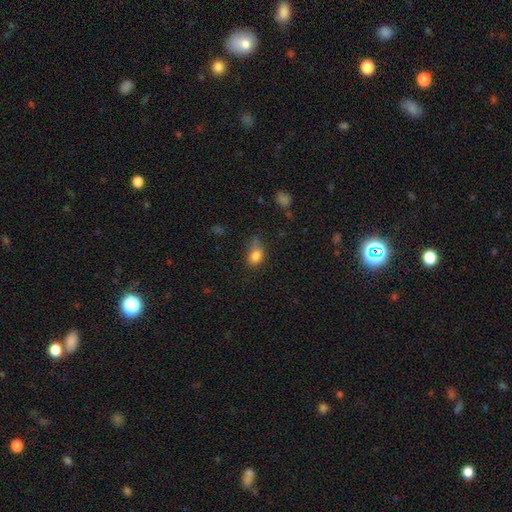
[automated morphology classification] Smooth or featured: smooth — 81% (star or artifact — 10%)
How rounded: in between — 74% (round — 23%)
Merging: none — 43% (minor disturbance — 38%)